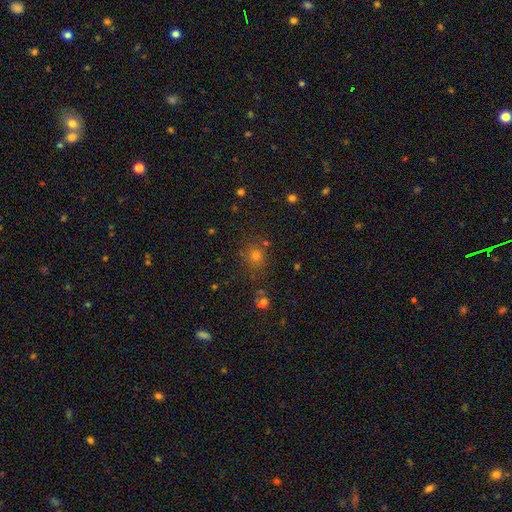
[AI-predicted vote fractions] A smooth galaxy with no disk features (62%) that is round (86%). Merging: none (77%).